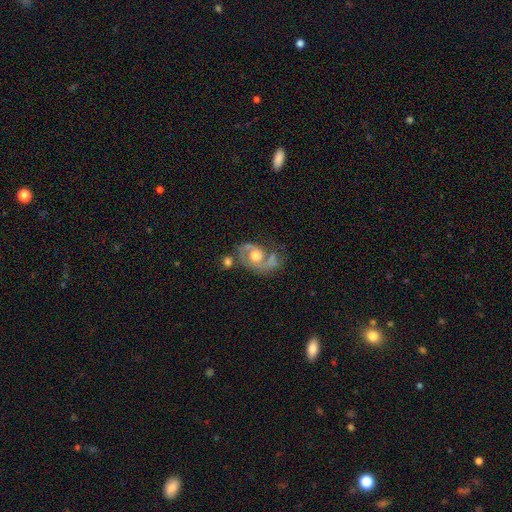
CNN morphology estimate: Q: Smooth or featured?
A: featured or disk (77%); runner-up: smooth (16%)
Q: Edge-on disk?
A: no (97%); runner-up: yes (3%)
Q: Bar?
A: no (73%); runner-up: weak (22%)
Q: Spiral arms?
A: yes (86%); runner-up: no (14%)
Q: Spiral winding?
A: medium (50%); runner-up: loose (26%)
Q: Spiral arm count?
A: 2 (78%); runner-up: 1 (13%)
Q: Bulge size?
A: moderate (53%); runner-up: large (34%)
Q: Merging?
A: none (46%); runner-up: minor disturbance (21%)